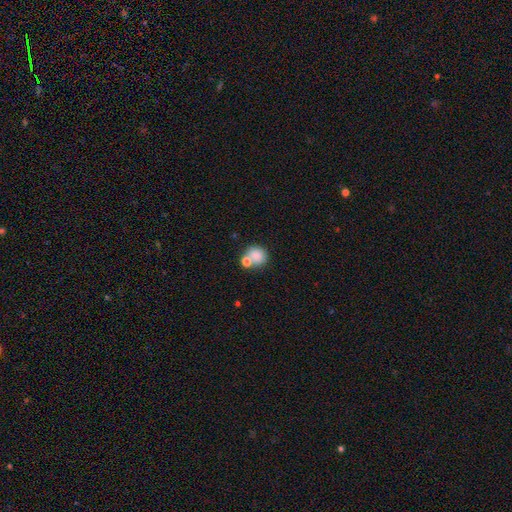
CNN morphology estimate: The model was most divided on "merging": none: 52%, merger: 31%, minor disturbance: 11%, major disturbance: 5%. More confident: smooth or featured — smooth (81%); how rounded — round (81%).